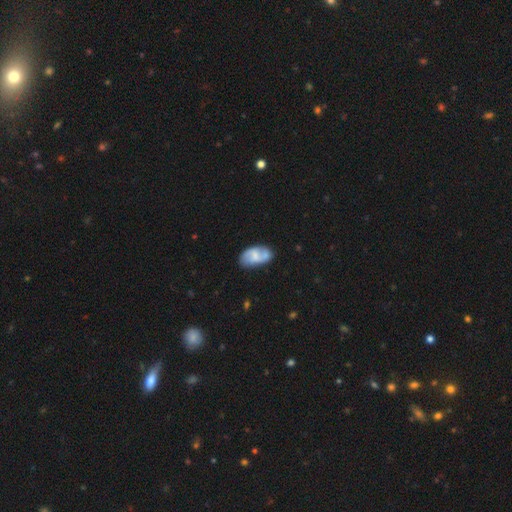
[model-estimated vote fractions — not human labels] featured or disk 55%, smooth 39%, star or artifact 6%. Down the decision tree: edge-on disk — no (96%); bar — weak (48%); spiral arms — yes (80%); bulge size — small (38%); merging — none (63%).